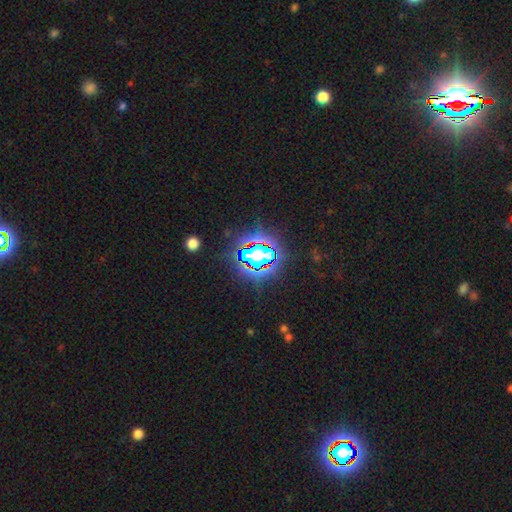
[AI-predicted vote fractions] This is likely a star or artifact rather than a galaxy (76%).